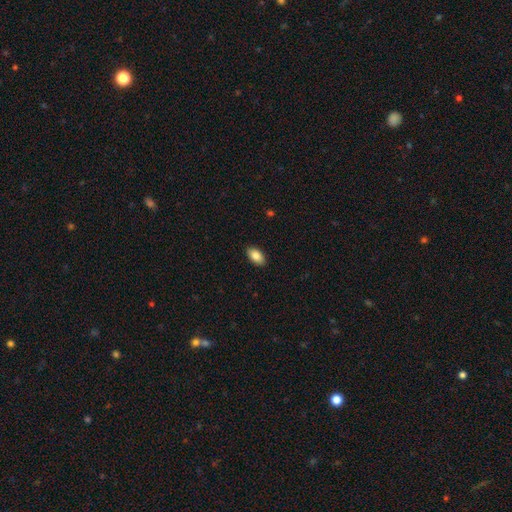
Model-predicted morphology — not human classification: Smooth or featured?
  - smooth: 86% *
  - featured or disk: 7%
  - star or artifact: 7%
How rounded?
  - in between: 94% *
  - round: 4%
  - cigar-shaped: 2%
Merging?
  - none: 90% *
  - minor disturbance: 7%
  - major disturbance: 2%
  - merger: 1%